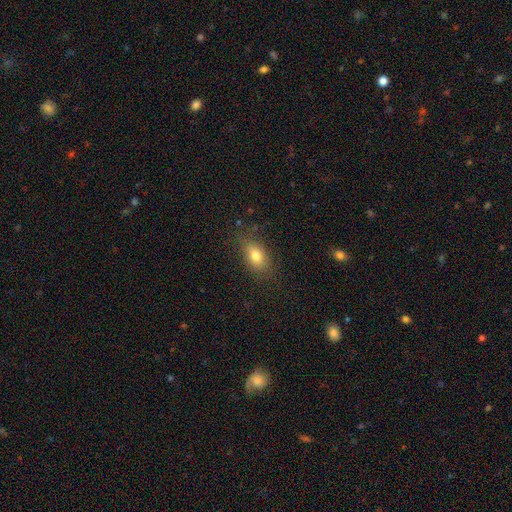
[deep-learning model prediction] The model was most divided on "merging": none: 80%, minor disturbance: 15%, major disturbance: 4%, merger: 1%. More confident: how rounded — in between (81%); smooth or featured — smooth (78%).